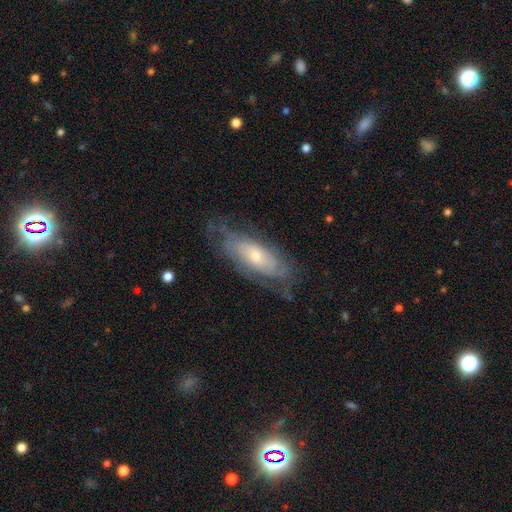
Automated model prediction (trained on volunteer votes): This is likely a featured or disk galaxy (66%). It is clearly not viewed edge-on (84%). Bar: likely no (78%). Spiral arm pattern: likely yes (75%). Central bulge: possibly small (56%). Merging: likely none (65%).